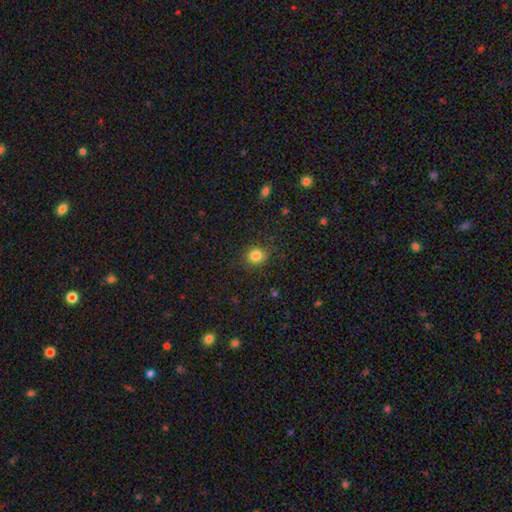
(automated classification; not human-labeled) A smooth galaxy with no disk features (83%) that is round (71%).

Vote fractions:
- Smooth or featured? smooth: 83% / star or artifact: 11% / featured or disk: 5%
- How rounded? round: 71% / in between: 28% / cigar-shaped: 1%
- Merging? none: 82% / minor disturbance: 13% / major disturbance: 4% / merger: 1%